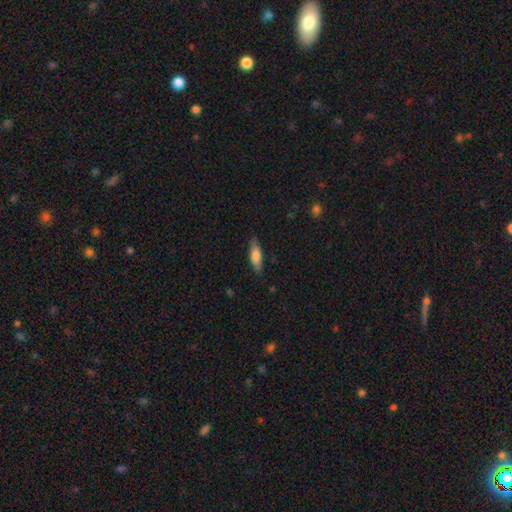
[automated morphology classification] smooth 76%, featured or disk 18%, star or artifact 6%. Down the decision tree: how rounded — in between (50%); merging — none (81%).